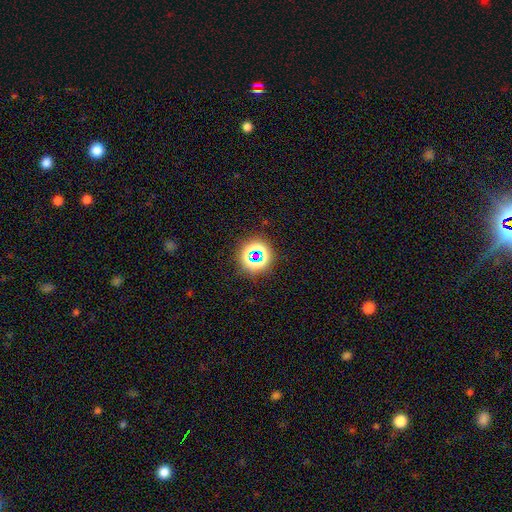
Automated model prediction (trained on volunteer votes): Morphology: type=star or artifact (66%).